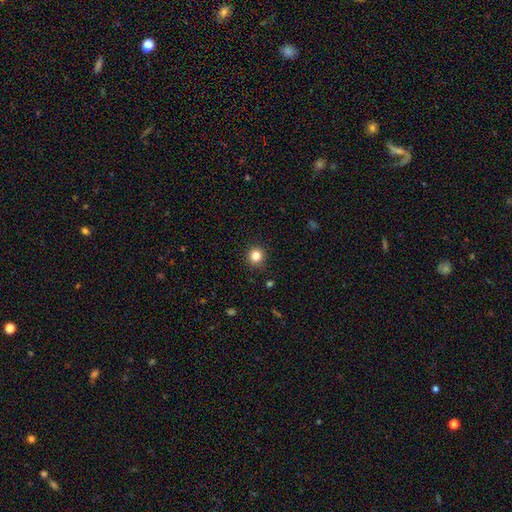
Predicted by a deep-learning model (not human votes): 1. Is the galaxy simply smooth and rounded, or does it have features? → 83% smooth, 12% star or artifact, 5% featured or disk.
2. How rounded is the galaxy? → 92% round, 7% in between, 1% cigar-shaped.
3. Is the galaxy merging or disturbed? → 91% none, 6% minor disturbance, 2% major disturbance, 1% merger.